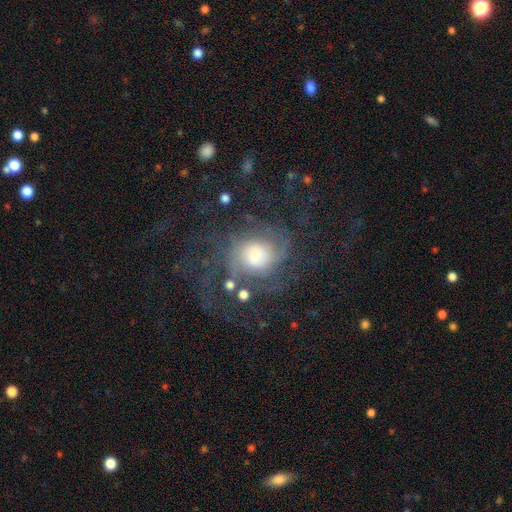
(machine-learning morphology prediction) This appears to be a featured or disk galaxy (74%) with no bar (68%), can't tell (27%, tied with 2) medium (43%) spiral arms (92%) and a moderate central bulge (36%). Merging: none (55%).